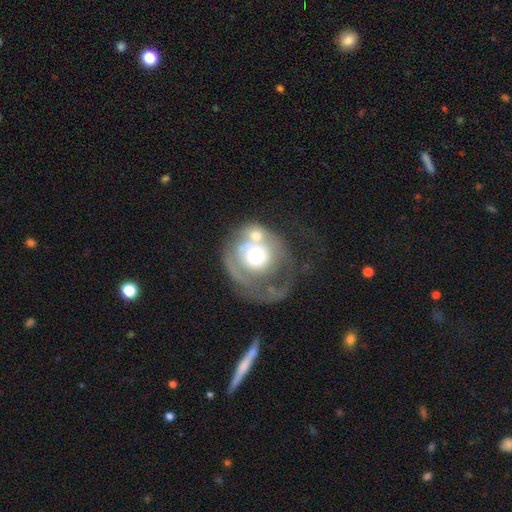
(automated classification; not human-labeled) The model was most divided on "merging": major disturbance: 35%, merger: 32%, none: 21%, minor disturbance: 13%. More confident: edge-on disk — no (97%); bar — no (84%); bulge size — moderate (58%); smooth or featured — featured or disk (57%); spiral arms — no (54%).